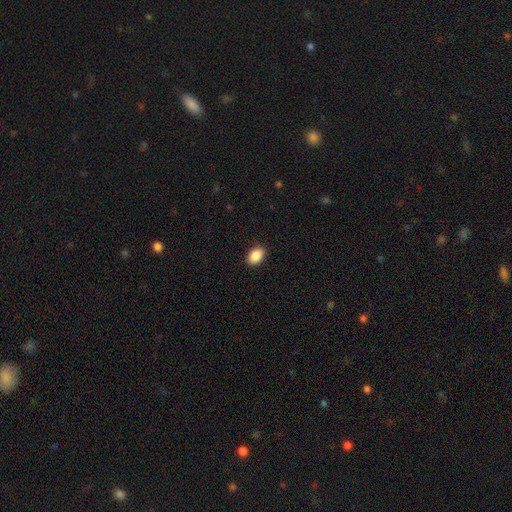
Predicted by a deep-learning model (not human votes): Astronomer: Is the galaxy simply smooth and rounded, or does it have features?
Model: smooth — 89%.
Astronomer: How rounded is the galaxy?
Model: in between — 86%.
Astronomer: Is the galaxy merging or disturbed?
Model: none — 88%.